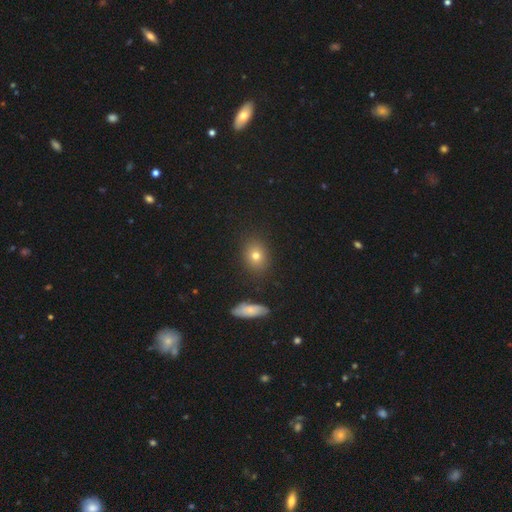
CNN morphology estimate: Smooth or featured?
  - smooth: 76% *
  - star or artifact: 12%
  - featured or disk: 12%
How rounded?
  - round: 54% *
  - in between: 45%
  - cigar-shaped: 2%
Merging?
  - none: 85% *
  - minor disturbance: 9%
  - merger: 3%
  - major disturbance: 3%